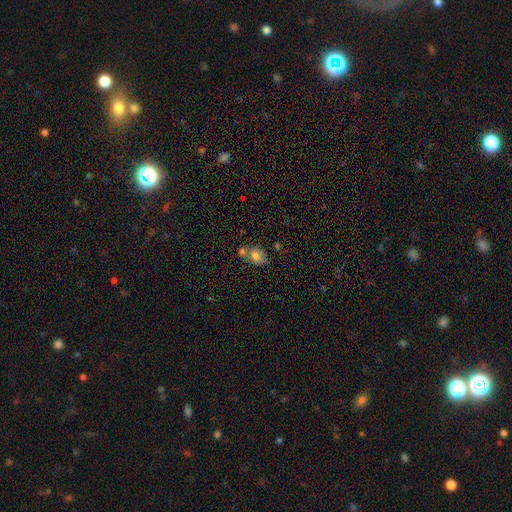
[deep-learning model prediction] Morphology: type=smooth (77%); roundness=in between (54%); merging=none (48%).